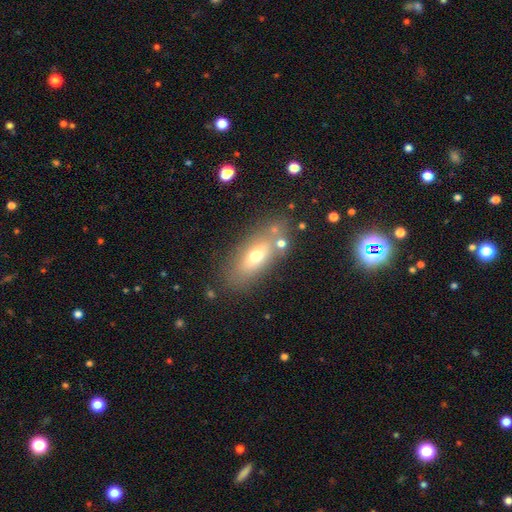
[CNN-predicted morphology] Smooth or featured? smooth (62%)
How rounded? in between (74%)
Merging? none (72%)